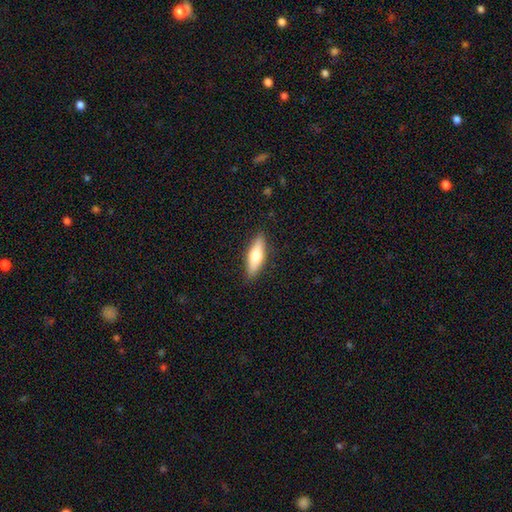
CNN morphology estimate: A smooth galaxy with no disk features (62%) that is cigar-shaped (52%).

Vote fractions:
- Smooth or featured? smooth: 62% / featured or disk: 33% / star or artifact: 6%
- How rounded? cigar-shaped: 52% / in between: 45% / round: 2%
- Merging? none: 89% / minor disturbance: 8% / major disturbance: 2% / merger: 1%